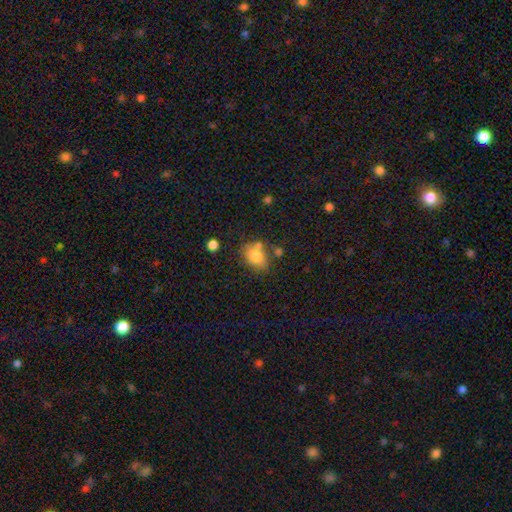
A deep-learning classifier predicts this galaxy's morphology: Smooth or featured? Predicted: smooth (p=0.78). How rounded? Predicted: in between (p=0.70). Merging? Predicted: none (p=0.61).